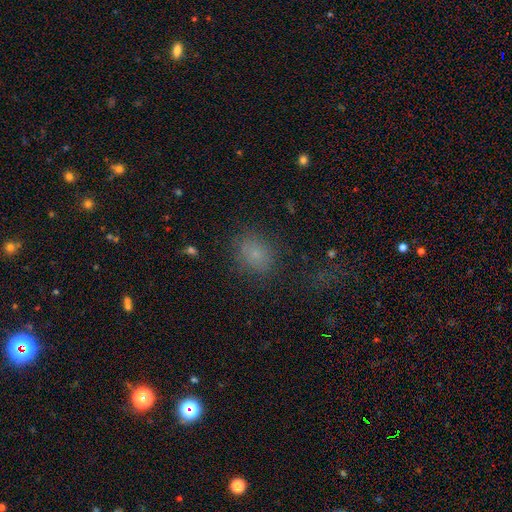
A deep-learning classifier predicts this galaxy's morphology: A smooth galaxy with no disk features (73%) that is round (52%). Merging: none (78%).